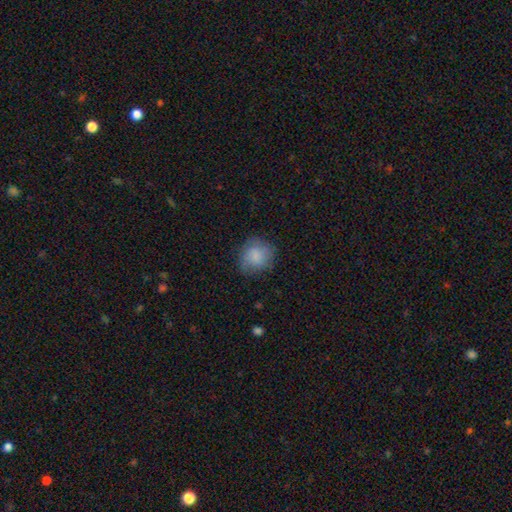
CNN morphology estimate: Q: Smooth or featured?
A: smooth (82%); runner-up: featured or disk (10%)
Q: How rounded?
A: round (80%); runner-up: in between (19%)
Q: Merging?
A: none (74%); runner-up: minor disturbance (19%)